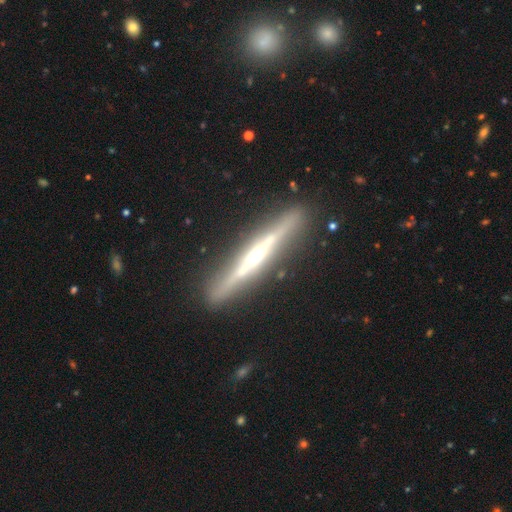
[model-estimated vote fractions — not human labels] featured or disk 81%, smooth 14%, star or artifact 5%. Down the decision tree: edge-on disk — yes (96%); edge-on bulge — rounded (79%); merging — none (88%).